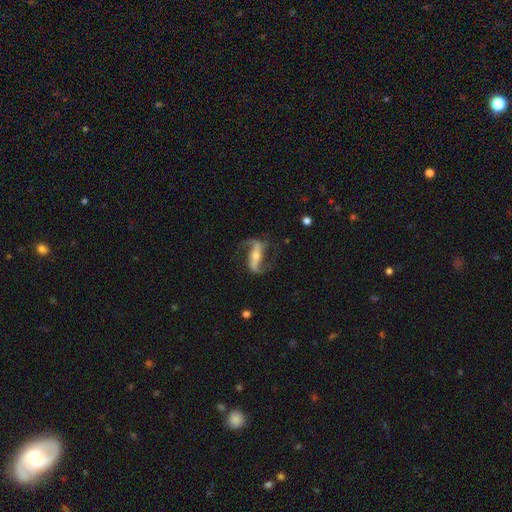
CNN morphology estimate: A featured or disk galaxy (89%) with a strong bar (58%), 2 (93%) loose (56%) spiral arms (96%) and a small central bulge (50%). Merging: none (76%).